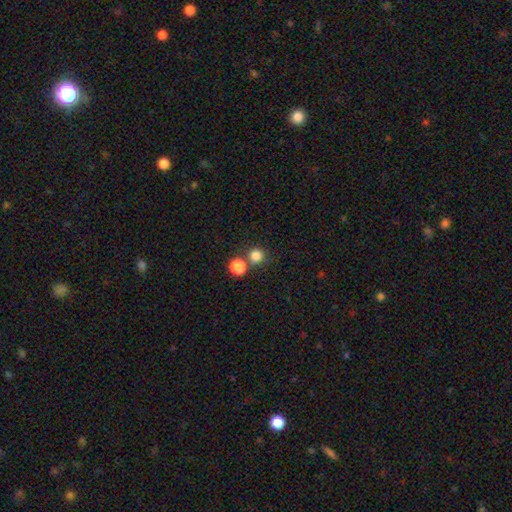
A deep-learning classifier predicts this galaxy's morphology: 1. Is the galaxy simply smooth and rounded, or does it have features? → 82% smooth, 14% star or artifact, 5% featured or disk.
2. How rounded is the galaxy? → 91% round, 8% in between, 1% cigar-shaped.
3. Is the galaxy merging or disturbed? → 69% none, 21% merger, 7% minor disturbance, 3% major disturbance.